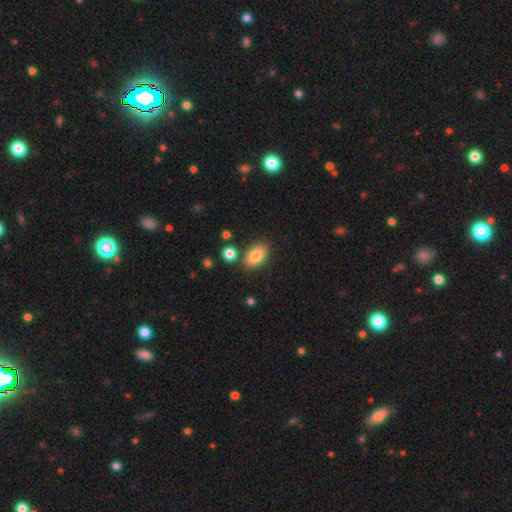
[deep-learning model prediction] Q: Smooth or featured?
A: smooth (83%); runner-up: featured or disk (10%)
Q: How rounded?
A: in between (90%); runner-up: round (6%)
Q: Merging?
A: none (79%); runner-up: minor disturbance (12%)